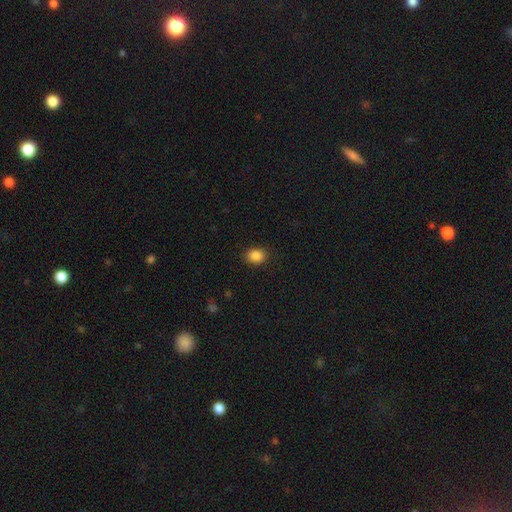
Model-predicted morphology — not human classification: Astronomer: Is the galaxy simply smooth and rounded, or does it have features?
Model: smooth — 87%.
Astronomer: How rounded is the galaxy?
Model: in between — 52% (runner-up: round, 47%).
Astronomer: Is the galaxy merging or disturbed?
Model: none — 88%.